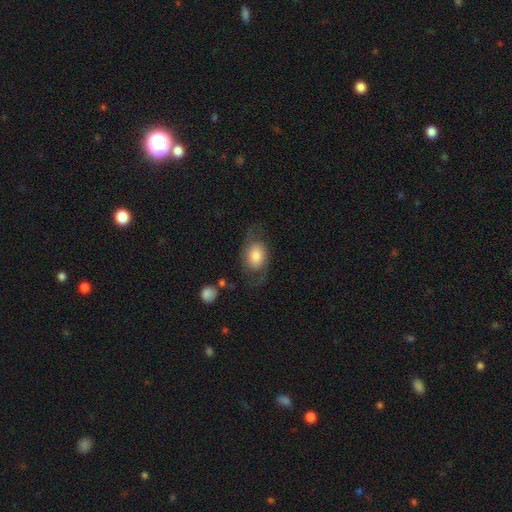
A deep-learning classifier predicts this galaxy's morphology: This is possibly a smooth galaxy (49%). Merging: possibly none (58%).